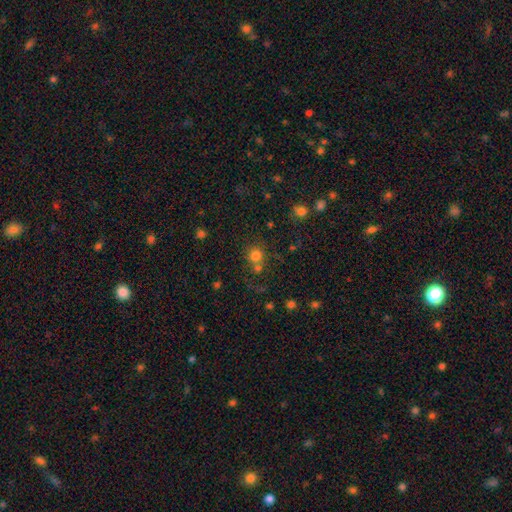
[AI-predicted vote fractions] This is likely a smooth galaxy (76%). How rounded: clearly round (87%). Merging: possibly none (58%).